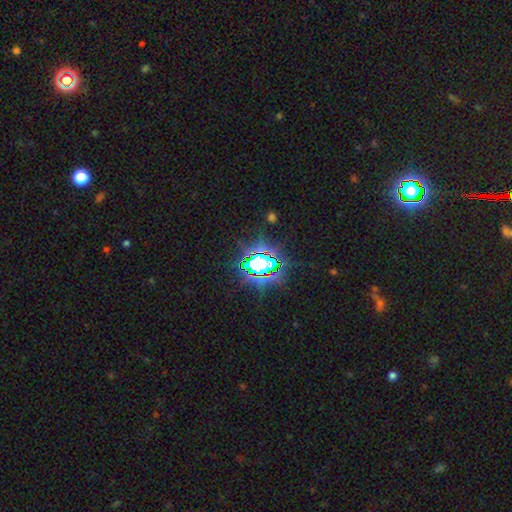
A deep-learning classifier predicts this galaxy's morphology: Overall: star or artifact (74%).